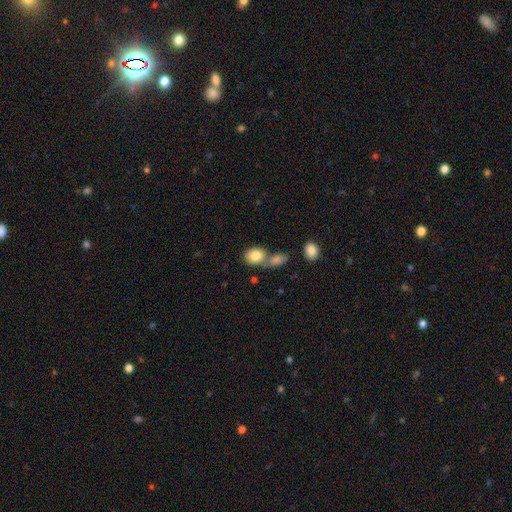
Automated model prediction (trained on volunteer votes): smooth 83%, featured or disk 9%, star or artifact 8%. Down the decision tree: how rounded — in between (58%); merging — merger (43%, tied with none).